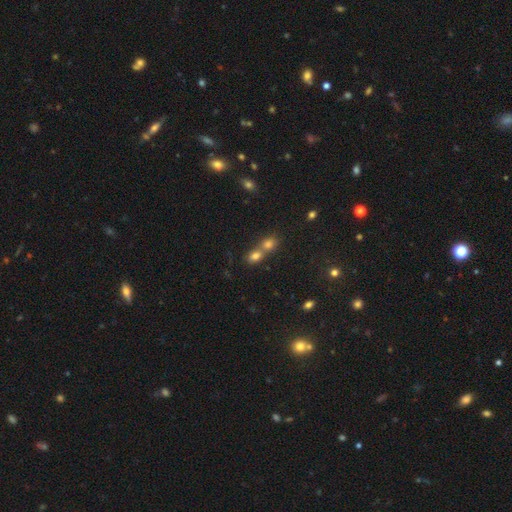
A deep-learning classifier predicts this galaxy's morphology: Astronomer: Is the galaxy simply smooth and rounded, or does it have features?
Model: smooth — 75%.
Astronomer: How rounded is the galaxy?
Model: in between — 51% (runner-up: round, 47%).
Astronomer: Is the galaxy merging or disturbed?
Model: merger — 62%.